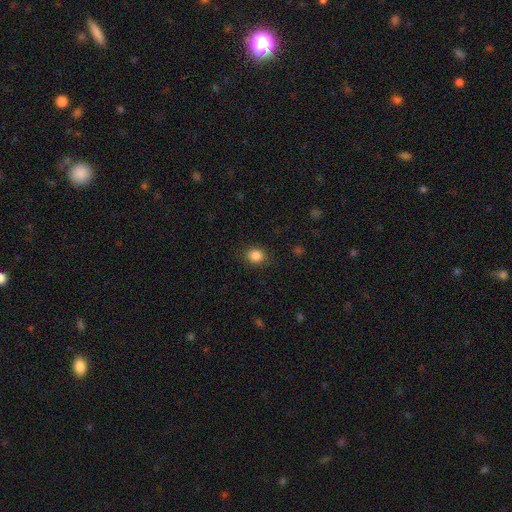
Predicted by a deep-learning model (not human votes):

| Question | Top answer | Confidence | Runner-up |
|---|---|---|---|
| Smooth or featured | smooth | 86% | star or artifact (10%) |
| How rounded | round | 66% | in between (33%) |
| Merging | none | 87% | minor disturbance (9%) |